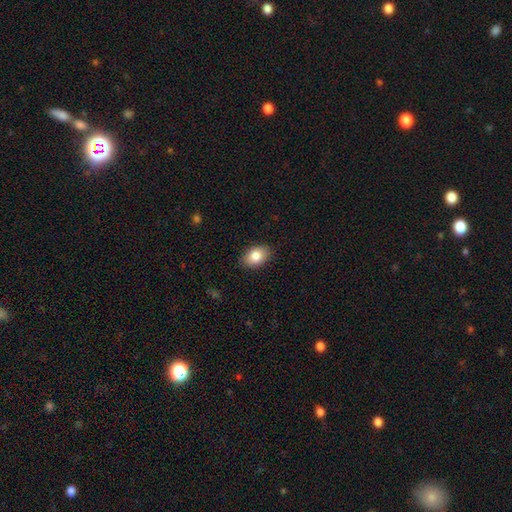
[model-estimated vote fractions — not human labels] Smooth or featured: smooth — 84% (featured or disk — 9%)
How rounded: in between — 84% (round — 15%)
Merging: none — 88% (minor disturbance — 9%)